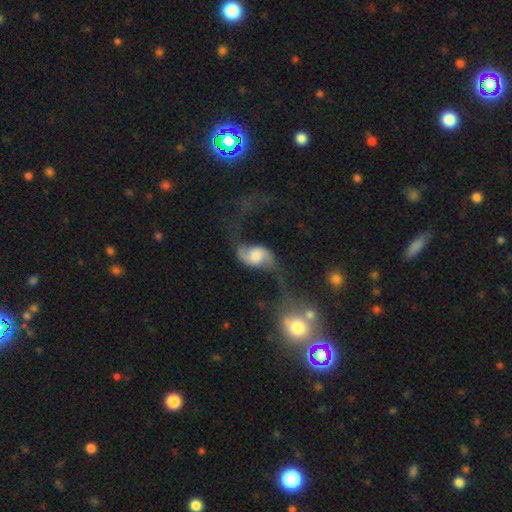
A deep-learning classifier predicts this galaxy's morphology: Smooth or featured? Predicted: featured or disk (p=0.75). Edge-on disk? Predicted: no (p=0.96). Bar? Predicted: no (p=0.50). Spiral arms? Predicted: yes (p=0.92). Spiral winding? Predicted: loose (p=0.81). Spiral arm count? Predicted: 2 (p=0.91). Bulge size? Predicted: moderate (p=0.45). Merging? Predicted: none (p=0.38).